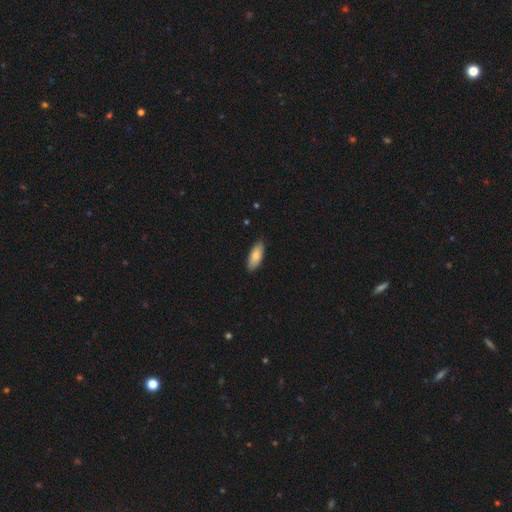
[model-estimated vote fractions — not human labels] Smooth or featured: smooth — 83% (featured or disk — 11%)
How rounded: in between — 80% (cigar-shaped — 19%)
Merging: none — 87% (minor disturbance — 11%)